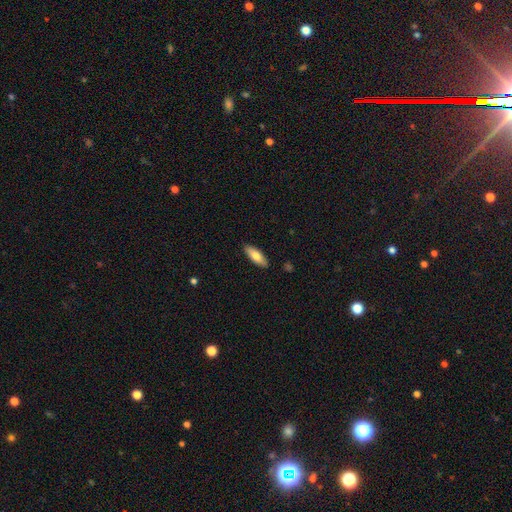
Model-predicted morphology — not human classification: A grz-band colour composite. It shows a smooth galaxy with no disk features (74%) that is in between round and cigar-shaped (59%). Merging: none (89%).